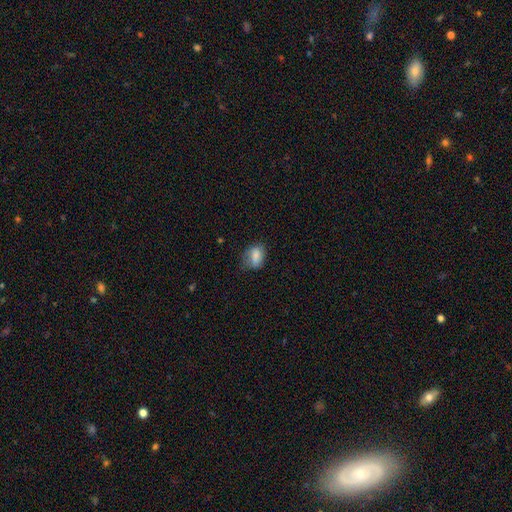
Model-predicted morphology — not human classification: Q: Smooth or featured?
A: smooth (78%); runner-up: featured or disk (13%)
Q: How rounded?
A: in between (77%); runner-up: round (20%)
Q: Merging?
A: none (57%); runner-up: minor disturbance (31%)